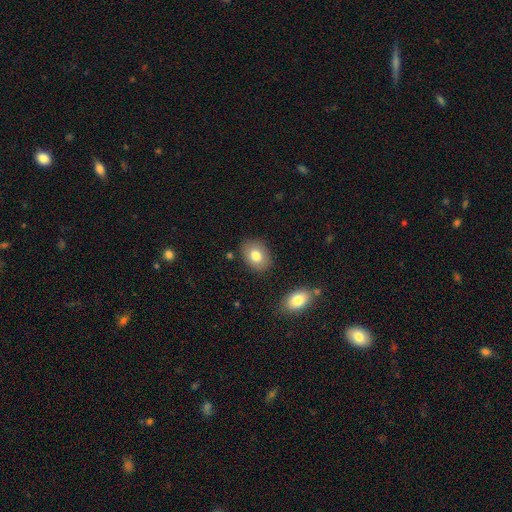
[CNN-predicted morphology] smooth_or_featured: smooth (p=0.80) [alt: featured or disk p=0.13]
how_rounded: in between (p=0.71) [alt: round p=0.28]
merging: none (p=0.84) [alt: minor disturbance p=0.11]